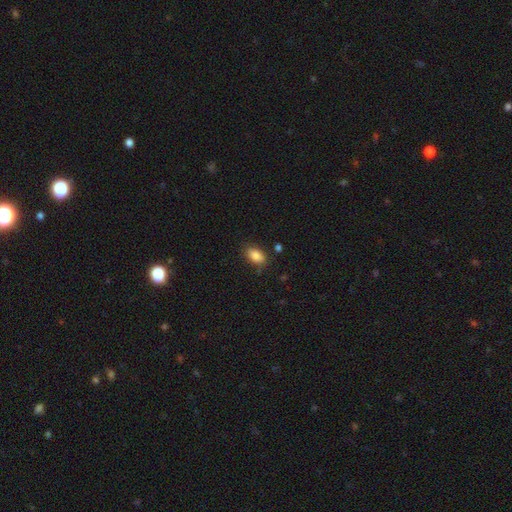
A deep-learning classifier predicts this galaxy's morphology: Smooth or featured? smooth (85%)
How rounded? in between (90%)
Merging? none (81%)